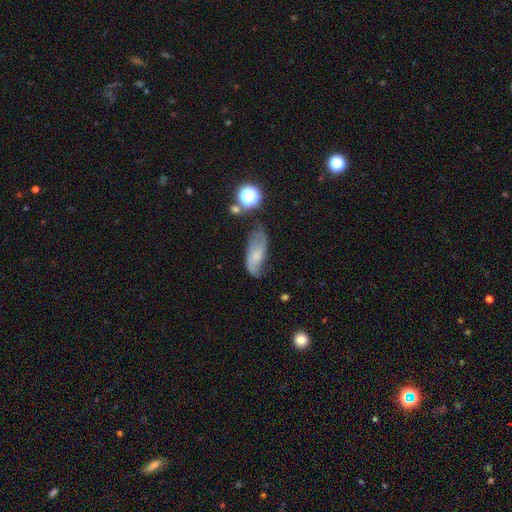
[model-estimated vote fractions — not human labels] Morphology: type=featured or disk (45%); merging=none (48%).